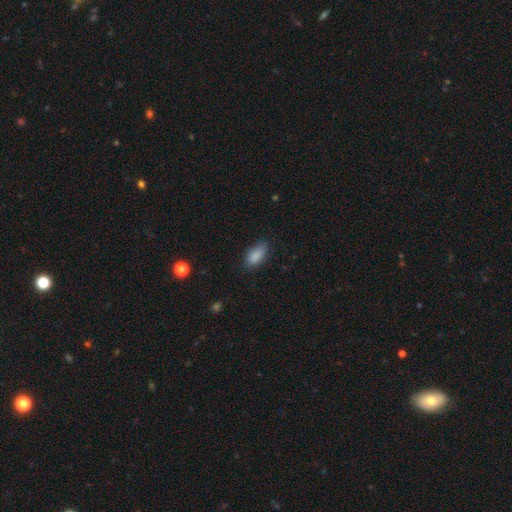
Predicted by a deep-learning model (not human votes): This appears to be a smooth galaxy with no disk features (86%) that is in between round and cigar-shaped (90%). Merging: none (72%).